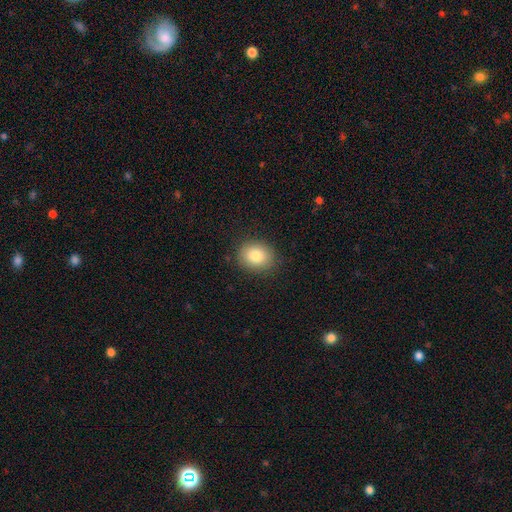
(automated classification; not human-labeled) smooth_or_featured: smooth (p=0.83) [alt: star or artifact p=0.09]
how_rounded: round (p=0.60) [alt: in between p=0.39]
merging: none (p=0.88) [alt: minor disturbance p=0.09]